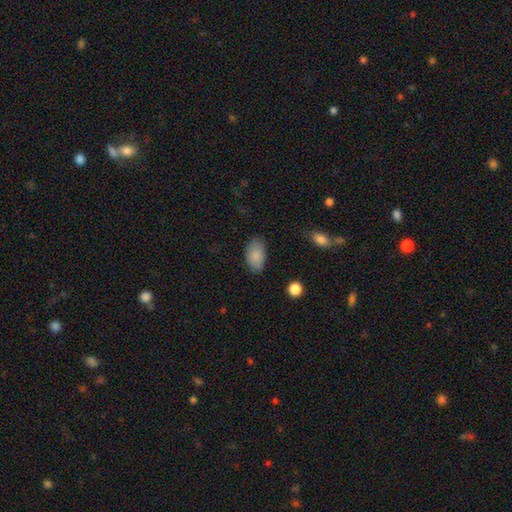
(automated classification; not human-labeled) Morphology: type=smooth (86%); roundness=in between (94%); merging=none (78%).